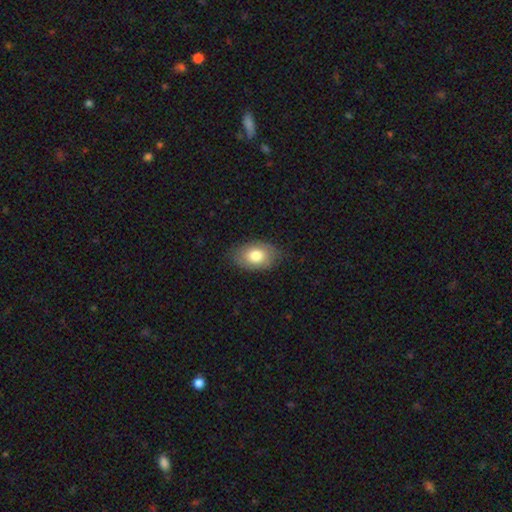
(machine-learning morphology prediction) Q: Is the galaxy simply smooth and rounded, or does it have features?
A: smooth — 76%.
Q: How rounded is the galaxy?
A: in between — 88%.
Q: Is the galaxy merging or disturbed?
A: none — 78%.